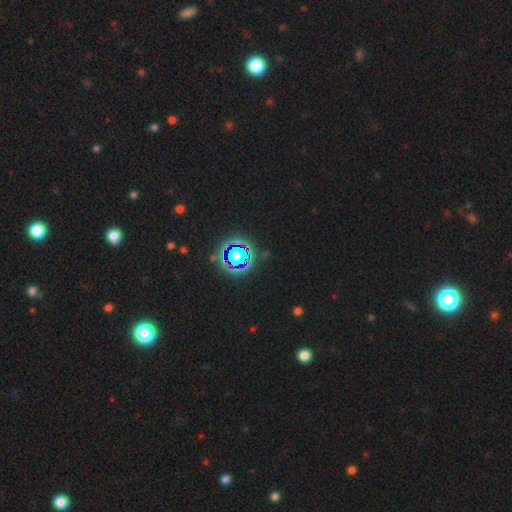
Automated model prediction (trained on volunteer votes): The model was most divided on "smooth or featured": star or artifact: 80%, smooth: 13%, featured or disk: 7%.